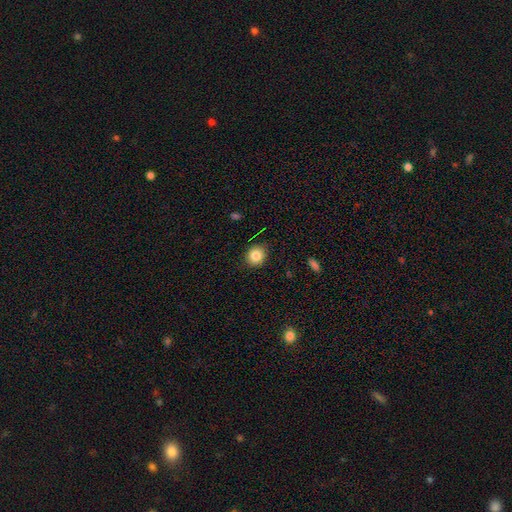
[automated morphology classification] Smooth or featured?
  - smooth: 83% *
  - star or artifact: 10%
  - featured or disk: 7%
How rounded?
  - round: 82% *
  - in between: 17%
  - cigar-shaped: 1%
Merging?
  - none: 88% *
  - minor disturbance: 9%
  - major disturbance: 2%
  - merger: 1%